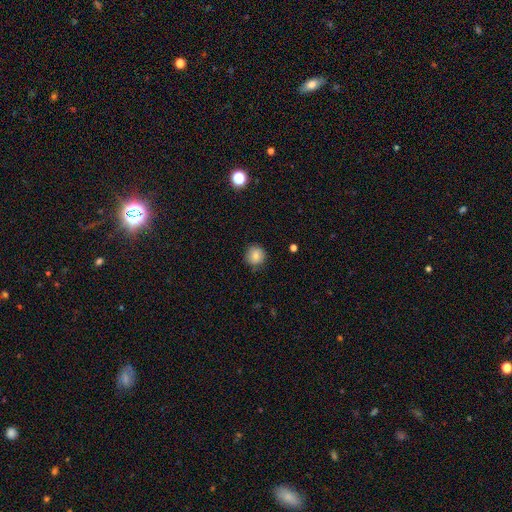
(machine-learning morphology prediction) Smooth or featured: smooth — 81% (star or artifact — 10%)
How rounded: round — 93% (in between — 6%)
Merging: none — 84% (minor disturbance — 12%)